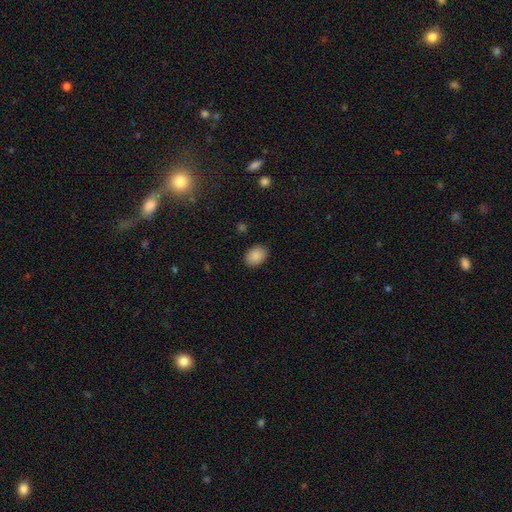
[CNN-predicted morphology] smooth_or_featured: smooth (p=0.89) [alt: star or artifact p=0.08]
how_rounded: in between (p=0.77) [alt: round p=0.22]
merging: none (p=0.88) [alt: minor disturbance p=0.09]